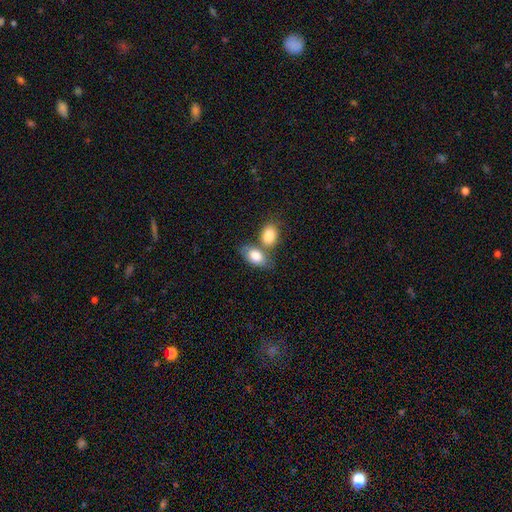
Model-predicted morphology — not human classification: This is clearly a smooth galaxy (83%). How rounded: clearly in between (87%). Merging: possibly merger (45%).